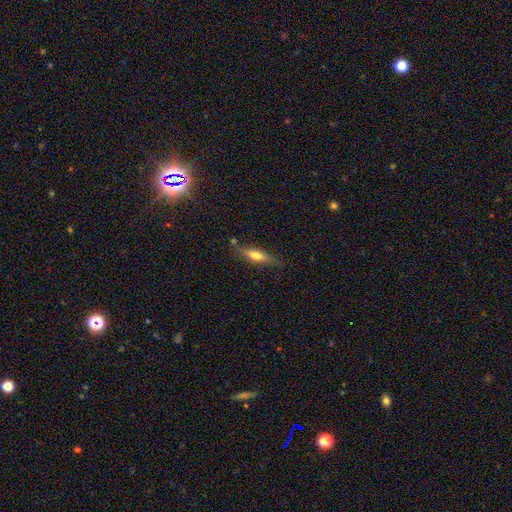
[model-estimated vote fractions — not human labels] Smooth or featured?
  - smooth: 51% *
  - featured or disk: 41%
  - star or artifact: 7%
How rounded?
  - cigar-shaped: 68% *
  - in between: 29%
  - round: 3%
Merging?
  - none: 74% *
  - minor disturbance: 17%
  - merger: 4%
  - major disturbance: 4%